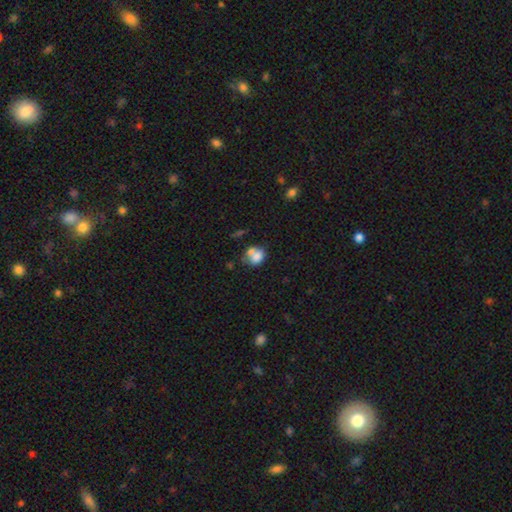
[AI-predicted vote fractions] Overall: smooth (72%). How rounded: in between (52%; round 47%). Merging: merger (49%; none 31%).